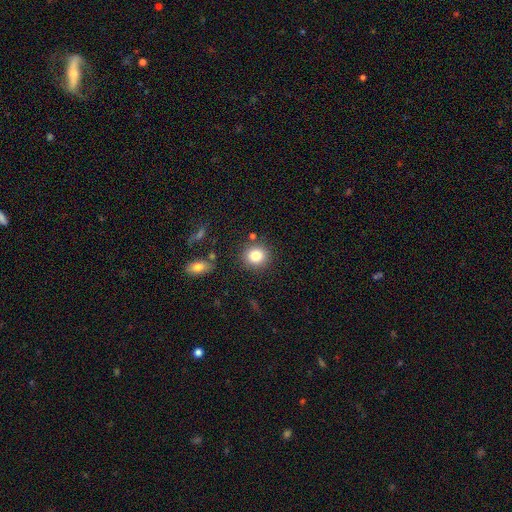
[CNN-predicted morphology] This appears to be a smooth galaxy with no disk features (83%) that is round (87%). Merging: none (85%).